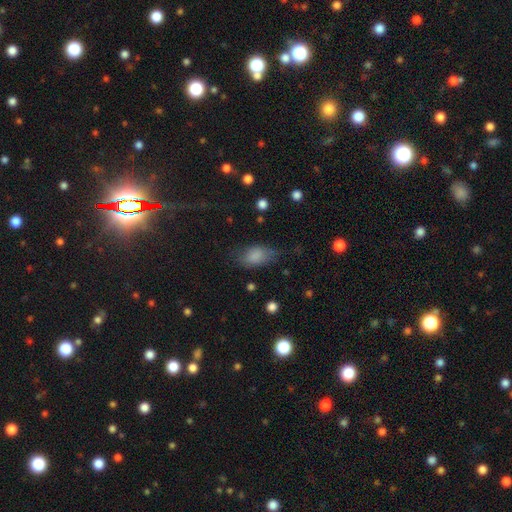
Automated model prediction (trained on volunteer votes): This is clearly a smooth galaxy (81%). How rounded: clearly in between (89%). Merging: possibly none (58%).